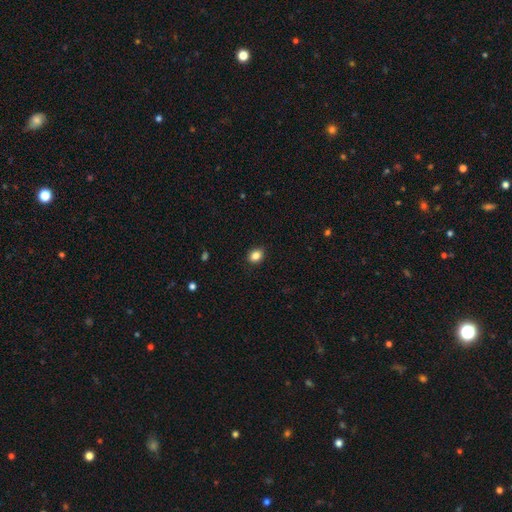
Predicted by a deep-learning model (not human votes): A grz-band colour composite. It shows a smooth galaxy with no disk features (85%) that is round (54%). Merging: none (90%).